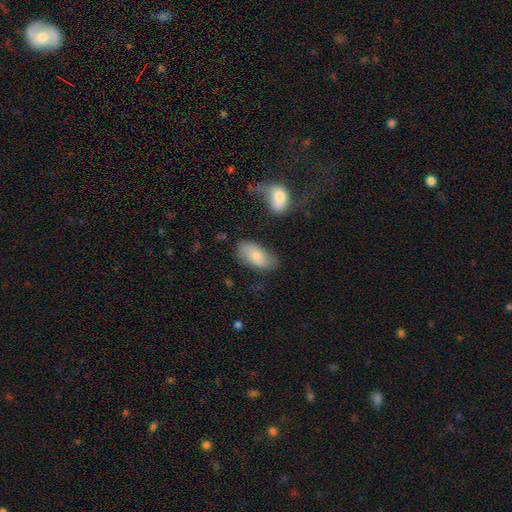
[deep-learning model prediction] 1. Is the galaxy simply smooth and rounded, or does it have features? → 77% smooth, 17% featured or disk, 7% star or artifact.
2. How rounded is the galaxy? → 93% in between, 4% cigar-shaped, 3% round.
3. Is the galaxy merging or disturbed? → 69% none, 20% minor disturbance, 6% major disturbance, 5% merger.